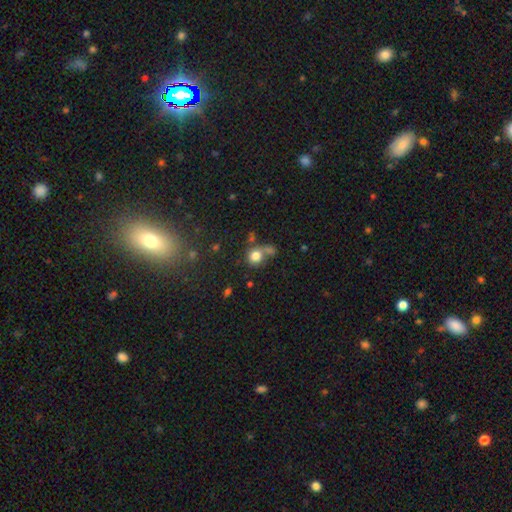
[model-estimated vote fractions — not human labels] Morphology: type=smooth (78%); roundness=round (82%); merging=none (46%).